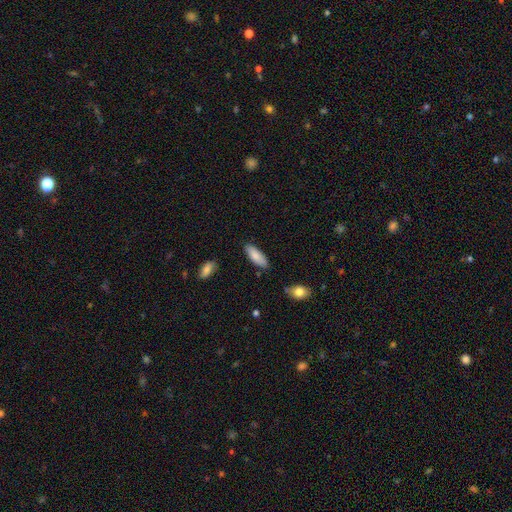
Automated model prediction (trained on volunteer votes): smooth 83%, featured or disk 11%, star or artifact 6%. Down the decision tree: how rounded — in between (69%); merging — none (82%).